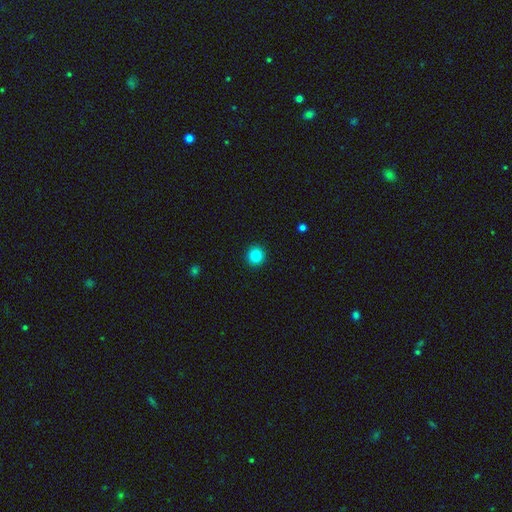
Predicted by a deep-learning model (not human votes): Smooth or featured? Predicted: smooth (p=0.84). How rounded? Predicted: round (p=0.93). Merging? Predicted: none (p=0.93).